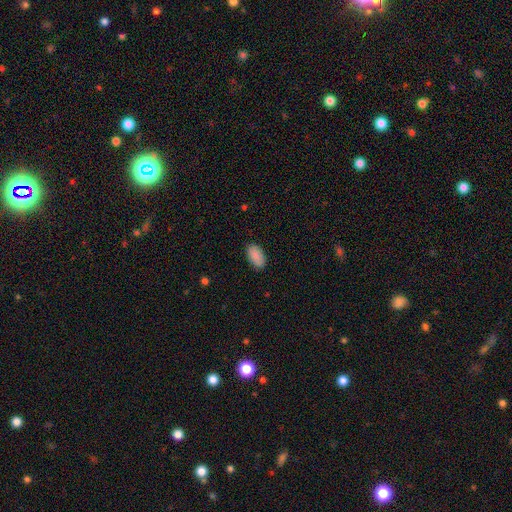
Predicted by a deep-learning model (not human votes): This appears to be a smooth galaxy with no disk features (90%) that is in between round and cigar-shaped (95%). Merging: none (88%).